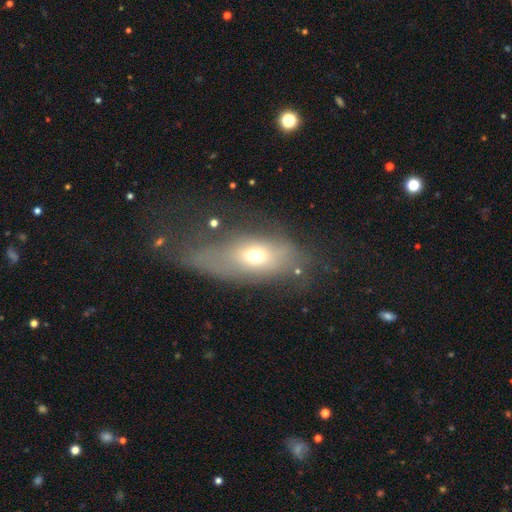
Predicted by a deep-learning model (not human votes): smooth 59%, featured or disk 29%, star or artifact 13%. Down the decision tree: how rounded — in between (76%); merging — major disturbance (47%).